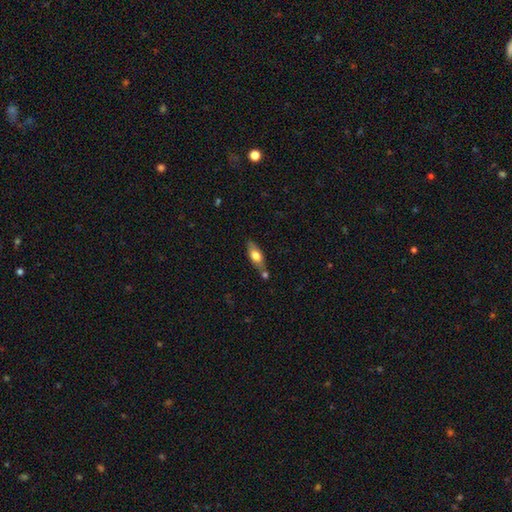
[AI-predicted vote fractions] A smooth galaxy with no disk features (63%) that is in between round and cigar-shaped (67%). Merging: none (62%).